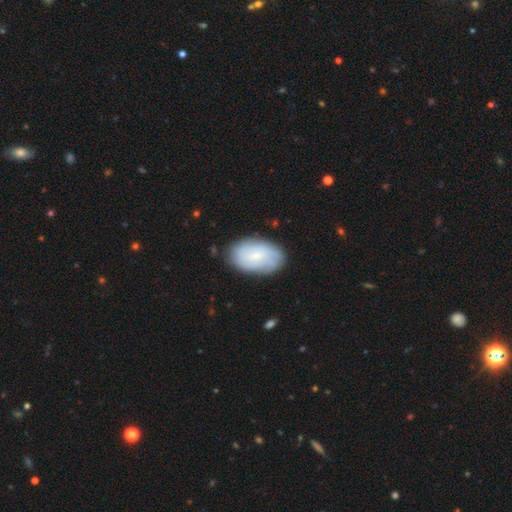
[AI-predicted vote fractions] This appears to be a smooth galaxy with no disk features (50%) that is in between round and cigar-shaped (92%). Merging: none (81%).